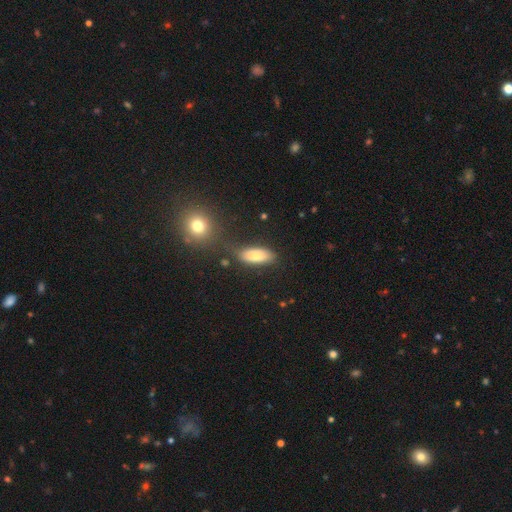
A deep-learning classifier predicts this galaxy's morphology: smooth-or-featured: smooth: 73% | featured or disk: 17% | star or artifact: 10%
  how-rounded: in between: 77% | cigar-shaped: 19% | round: 4%
  merging: none: 71% | minor disturbance: 15% | merger: 9% | major disturbance: 5%